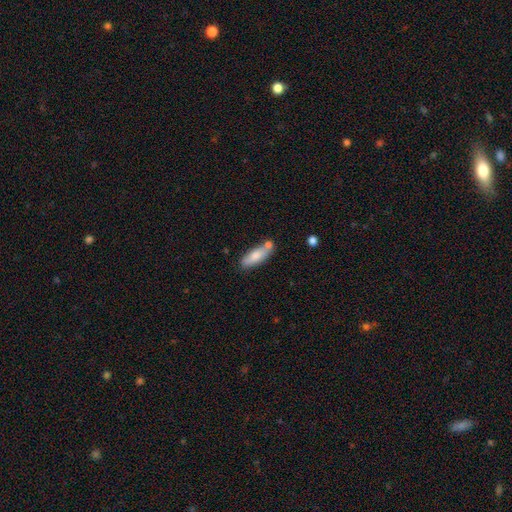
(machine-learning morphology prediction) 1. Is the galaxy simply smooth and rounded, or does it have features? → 76% smooth, 18% featured or disk, 6% star or artifact.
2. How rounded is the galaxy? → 62% in between, 36% cigar-shaped, 2% round.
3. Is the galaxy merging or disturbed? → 61% none, 19% merger, 17% minor disturbance, 4% major disturbance.